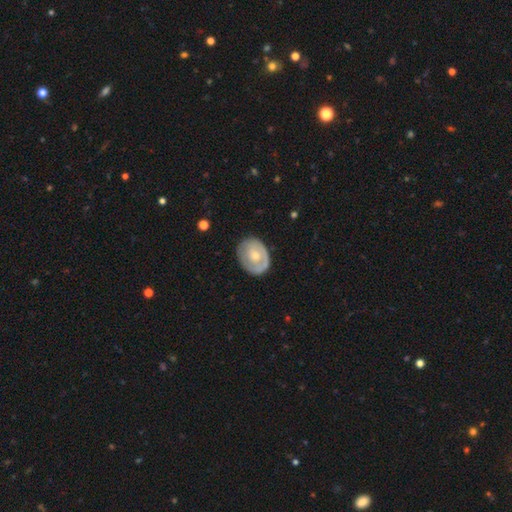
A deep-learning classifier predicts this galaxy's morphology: This appears to be a featured or disk galaxy (50%). Merging: none (69%).